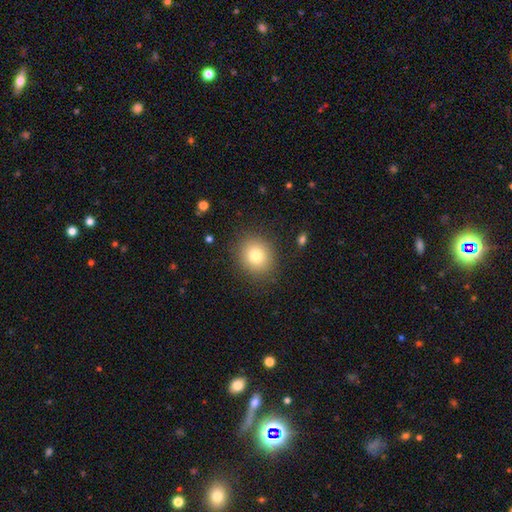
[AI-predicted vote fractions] smooth-or-featured: smooth: 79% | star or artifact: 11% | featured or disk: 10%
  how-rounded: round: 79% | in between: 20% | cigar-shaped: 1%
  merging: none: 87% | minor disturbance: 8% | major disturbance: 3% | merger: 1%